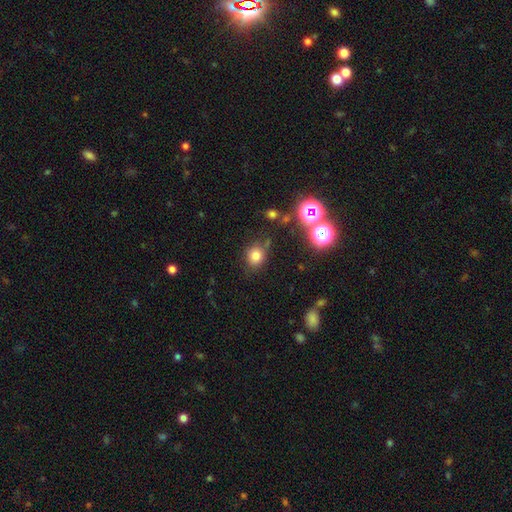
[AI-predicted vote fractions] The model was most divided on "how rounded": round: 74%, in between: 25%, cigar-shaped: 1%. More confident: smooth or featured — smooth (75%); merging — none (74%).